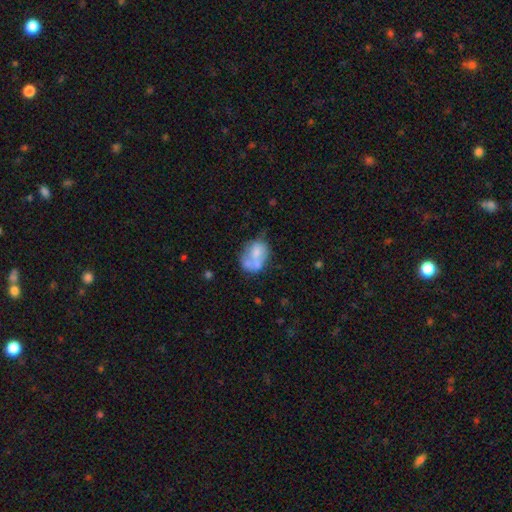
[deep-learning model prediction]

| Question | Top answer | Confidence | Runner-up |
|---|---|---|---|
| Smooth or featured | smooth | 58% | featured or disk (33%) |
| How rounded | in between | 69% | round (30%) |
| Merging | merger | 38% | none (27%) |